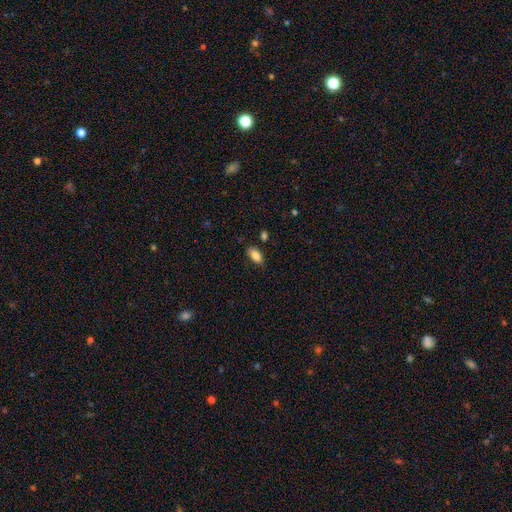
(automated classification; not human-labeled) A smooth galaxy with no disk features (82%) that is in between round and cigar-shaped (89%).

Vote fractions:
- Smooth or featured? smooth: 82% / featured or disk: 10% / star or artifact: 8%
- How rounded? in between: 89% / cigar-shaped: 8% / round: 3%
- Merging? none: 78% / minor disturbance: 16% / major disturbance: 3% / merger: 3%